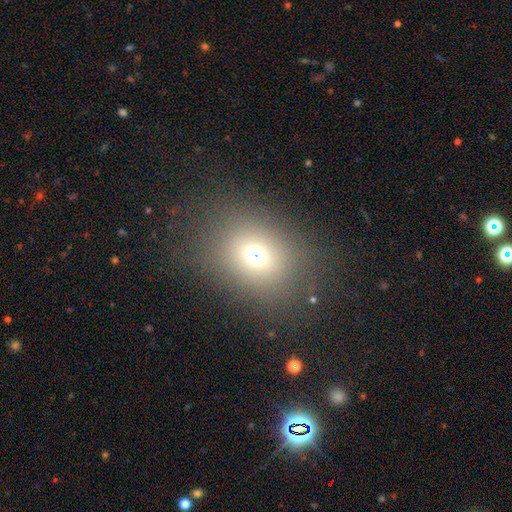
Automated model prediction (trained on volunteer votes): A smooth galaxy with no disk features (64%) that is round (53%). Merging: none (69%).